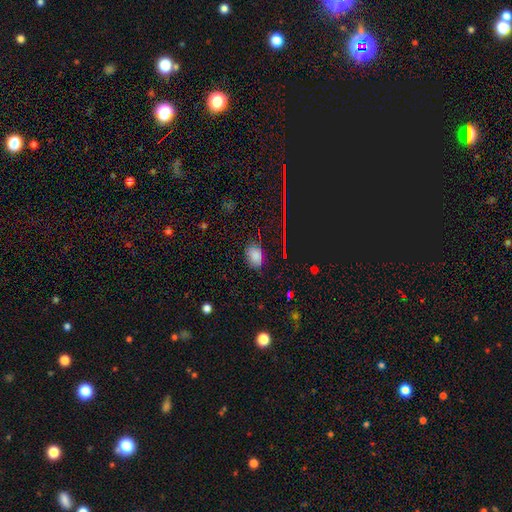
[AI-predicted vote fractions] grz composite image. It shows a smooth galaxy with no disk features (71%) that is in between round and cigar-shaped (80%). Merging: none (76%).